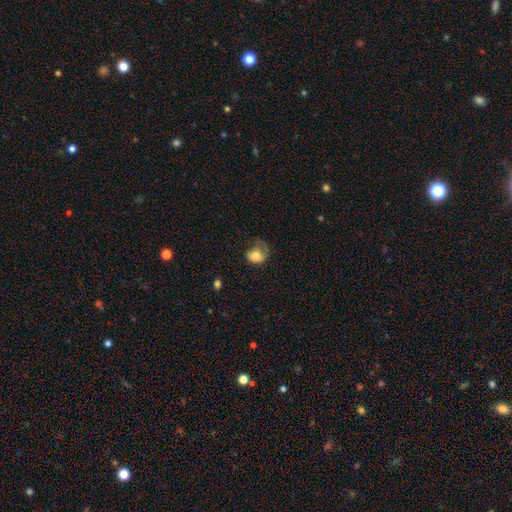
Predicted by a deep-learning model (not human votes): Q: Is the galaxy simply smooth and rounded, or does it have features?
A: smooth — 67%.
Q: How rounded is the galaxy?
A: in between — 53%.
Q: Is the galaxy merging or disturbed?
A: major disturbance — 48%.